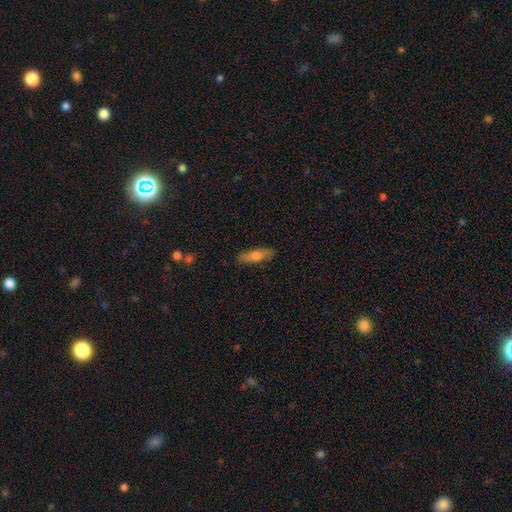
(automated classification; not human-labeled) smooth_or_featured: smooth (p=0.67) [alt: featured or disk p=0.27]
how_rounded: cigar-shaped (p=0.52) [alt: in between p=0.46]
merging: none (p=0.86) [alt: minor disturbance p=0.11]